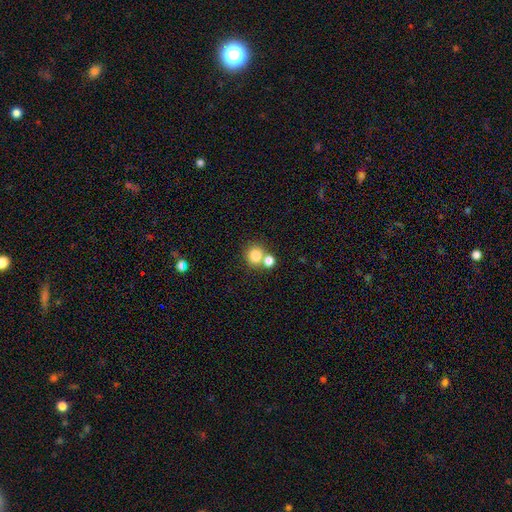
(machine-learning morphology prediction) Q: Smooth or featured?
A: smooth (81%); runner-up: star or artifact (11%)
Q: How rounded?
A: round (85%); runner-up: in between (14%)
Q: Merging?
A: none (51%); runner-up: merger (39%)